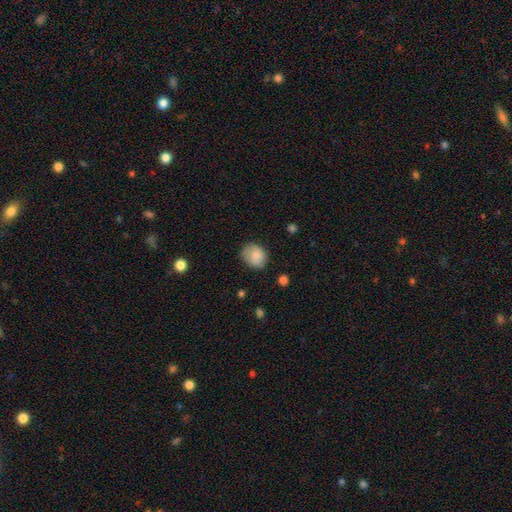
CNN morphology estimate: smooth_or_featured: smooth (p=0.85) [alt: star or artifact p=0.08]
how_rounded: round (p=0.66) [alt: in between p=0.33]
merging: none (p=0.71) [alt: minor disturbance p=0.22]